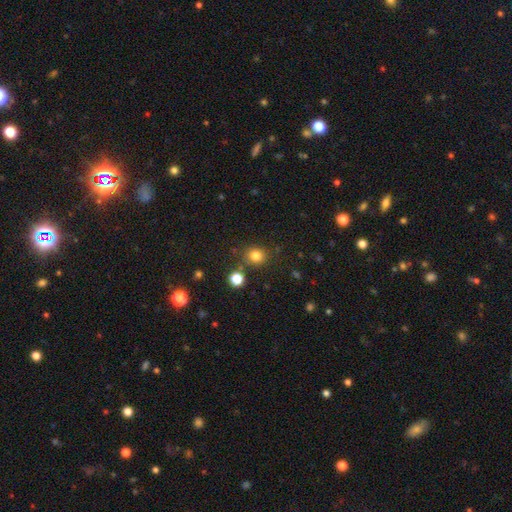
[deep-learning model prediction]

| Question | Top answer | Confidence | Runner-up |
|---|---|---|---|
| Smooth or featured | smooth | 80% | star or artifact (14%) |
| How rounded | round | 83% | in between (17%) |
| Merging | none | 80% | minor disturbance (10%) |